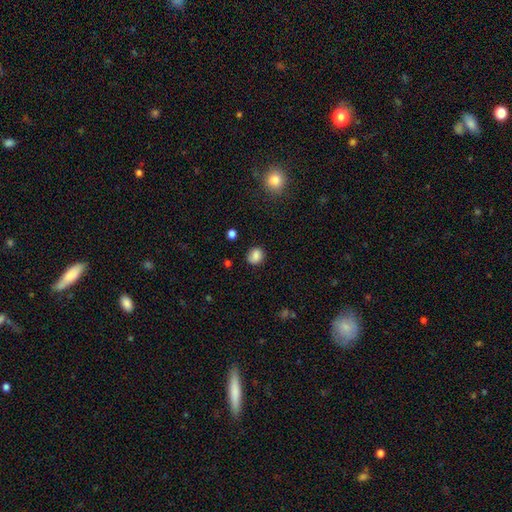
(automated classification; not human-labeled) The model was most divided on "how rounded": round: 68%, in between: 31%, cigar-shaped: 1%. More confident: smooth or featured — smooth (81%); merging — none (75%).